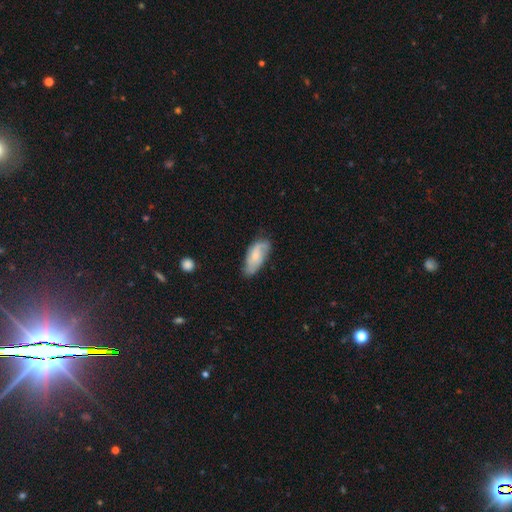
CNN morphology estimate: Overall: smooth (49%; featured or disk 44%). Merging: none (61%; minor disturbance 29%).